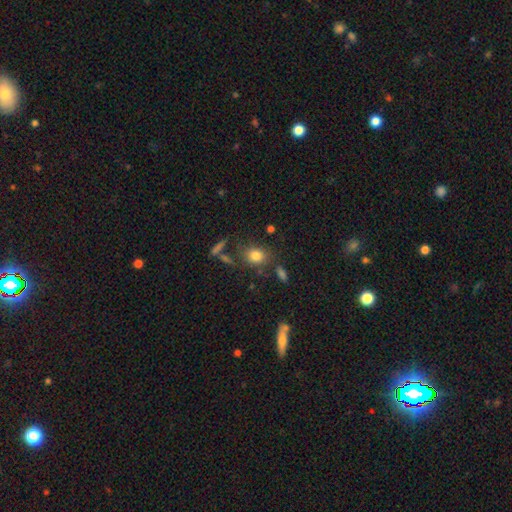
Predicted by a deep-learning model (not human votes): smooth 80%, star or artifact 12%, featured or disk 9%. Down the decision tree: how rounded — round (56%); merging — none (74%).